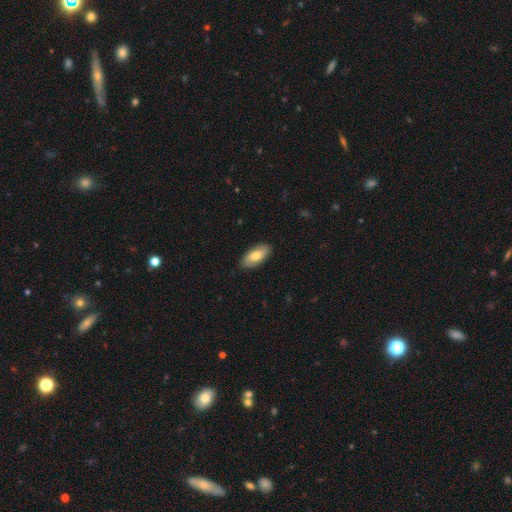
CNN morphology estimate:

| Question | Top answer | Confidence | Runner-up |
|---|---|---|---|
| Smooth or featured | smooth | 69% | featured or disk (26%) |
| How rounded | in between | 91% | cigar-shaped (6%) |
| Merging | none | 88% | minor disturbance (9%) |